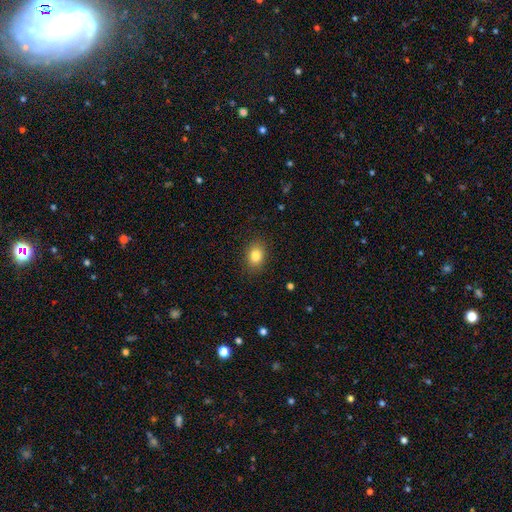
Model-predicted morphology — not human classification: smooth-or-featured: smooth: 83% | star or artifact: 10% | featured or disk: 7%
  how-rounded: in between: 65% | round: 34% | cigar-shaped: 1%
  merging: none: 87% | minor disturbance: 9% | major disturbance: 3% | merger: 1%